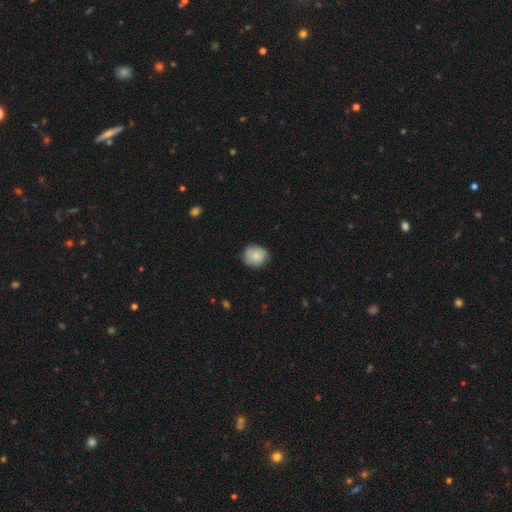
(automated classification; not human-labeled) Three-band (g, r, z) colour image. It shows a smooth galaxy with no disk features (76%) that is round (78%). Merging: none (77%).